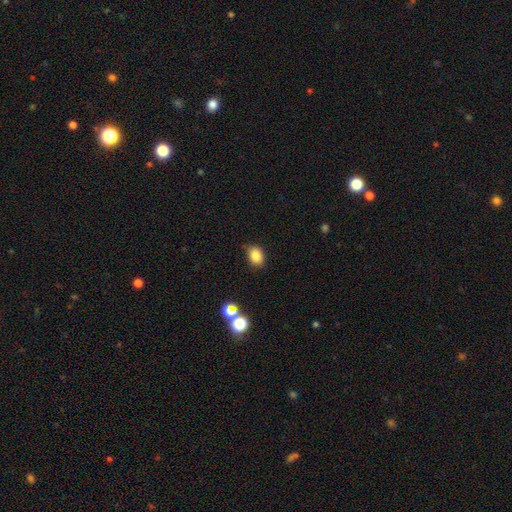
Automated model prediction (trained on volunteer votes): A smooth galaxy with no disk features (84%) that is in between round and cigar-shaped (72%). Merging: none (80%).